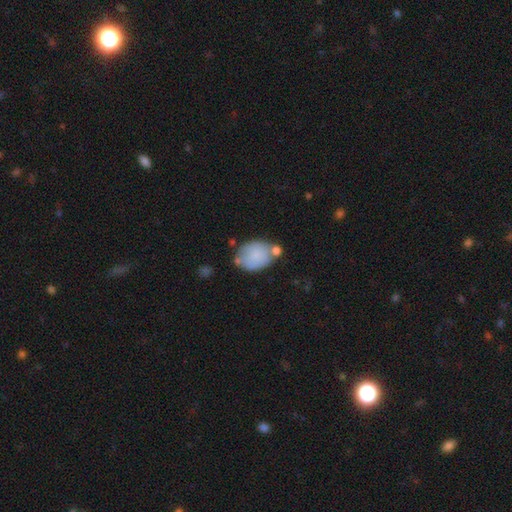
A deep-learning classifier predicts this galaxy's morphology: Smooth or featured?
  - smooth: 80% *
  - featured or disk: 14%
  - star or artifact: 7%
How rounded?
  - in between: 71% *
  - round: 28%
  - cigar-shaped: 1%
Merging?
  - none: 51% *
  - minor disturbance: 23%
  - merger: 18%
  - major disturbance: 8%